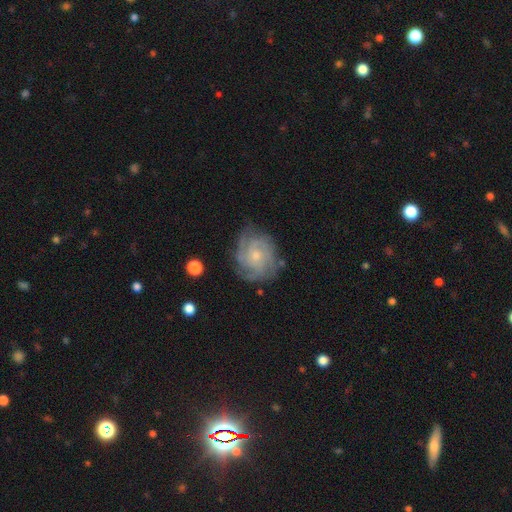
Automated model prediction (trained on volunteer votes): A featured or disk galaxy (83%) with no bar (78%), tight (64%) spiral arms (95%) and a small central bulge (71%). Merging: none (74%).